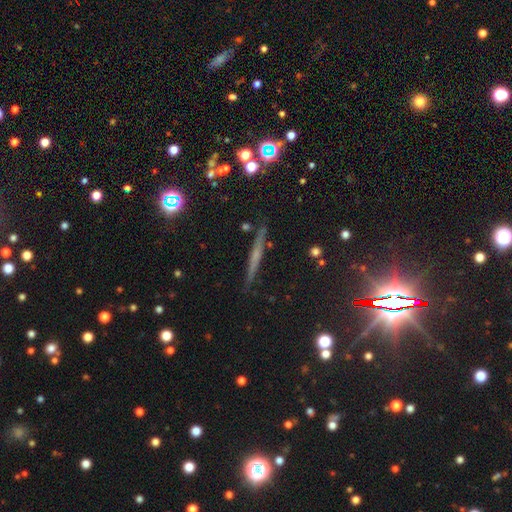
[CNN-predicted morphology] Smooth or featured: featured or disk — 52% (smooth — 33%)
Edge-on disk: yes — 96% (no — 4%)
Merging: none — 87% (minor disturbance — 9%)